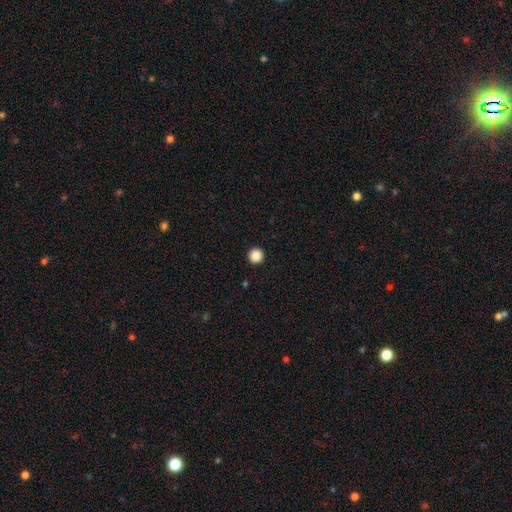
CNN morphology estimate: Smooth or featured: smooth — 87% (star or artifact — 10%)
How rounded: round — 96% (in between — 3%)
Merging: none — 94% (minor disturbance — 4%)